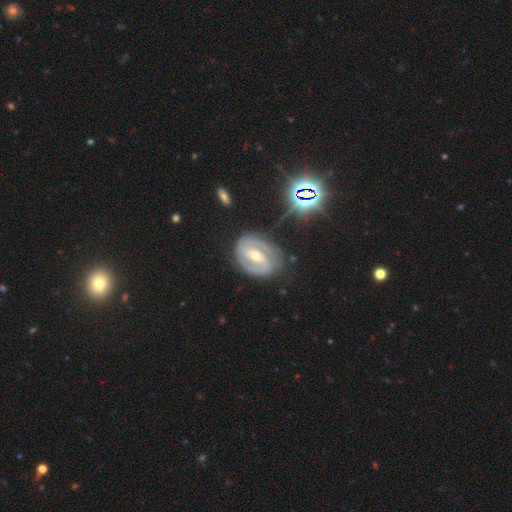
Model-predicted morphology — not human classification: Smooth or featured: featured or disk — 86% (smooth — 8%)
Edge-on disk: no — 97% (yes — 3%)
Bar: strong — 45% (weak — 36%)
Spiral arms: yes — 94% (no — 6%)
Spiral winding: tight — 54% (medium — 37%)
Spiral arm count: 2 — 84% (can't tell — 7%)
Bulge size: small — 50% (moderate — 47%)
Merging: none — 78% (minor disturbance — 15%)